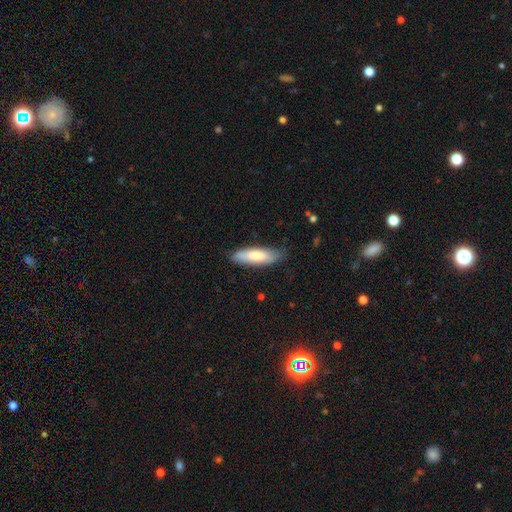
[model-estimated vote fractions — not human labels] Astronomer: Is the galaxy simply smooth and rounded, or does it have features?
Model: smooth — 76%.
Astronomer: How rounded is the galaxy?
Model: cigar-shaped — 56% (runner-up: in between, 43%).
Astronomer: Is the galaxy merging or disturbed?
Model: none — 79%.